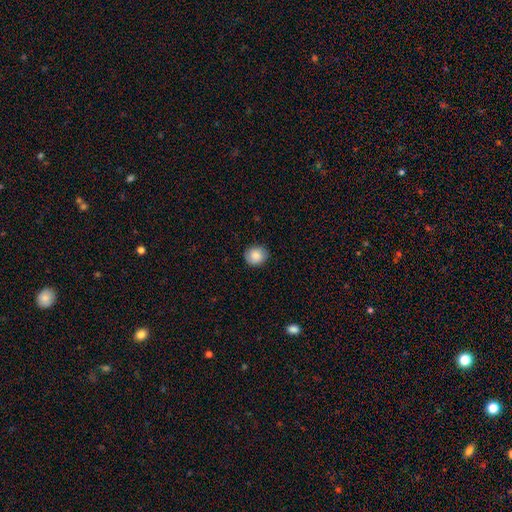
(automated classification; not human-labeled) A smooth galaxy with no disk features (85%) that is round (79%). Merging: none (86%).